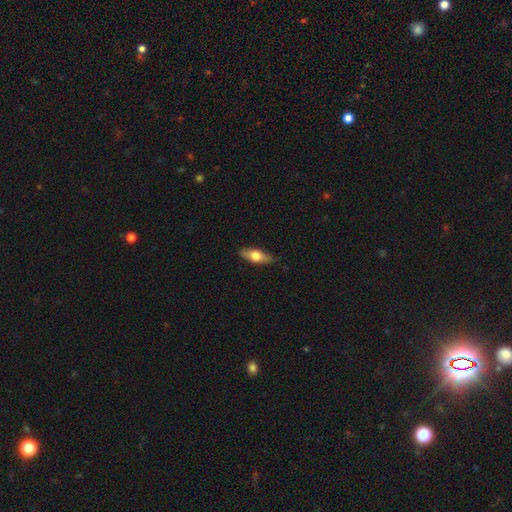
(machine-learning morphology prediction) Smooth or featured? Predicted: smooth (p=0.61). How rounded? Predicted: in between (p=0.67). Merging? Predicted: none (p=0.84).